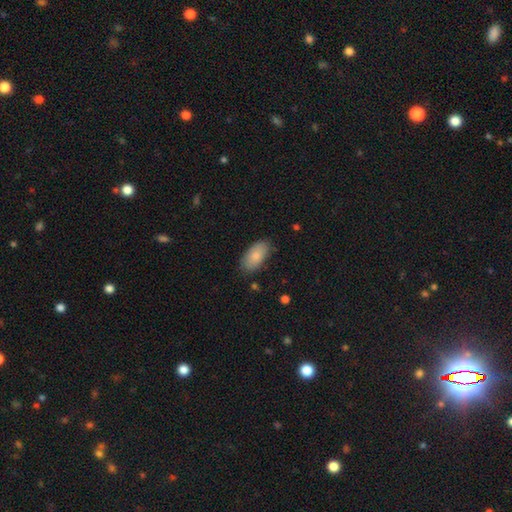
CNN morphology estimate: Smooth or featured? Predicted: smooth (p=0.83). How rounded? Predicted: in between (p=0.94). Merging? Predicted: none (p=0.80).